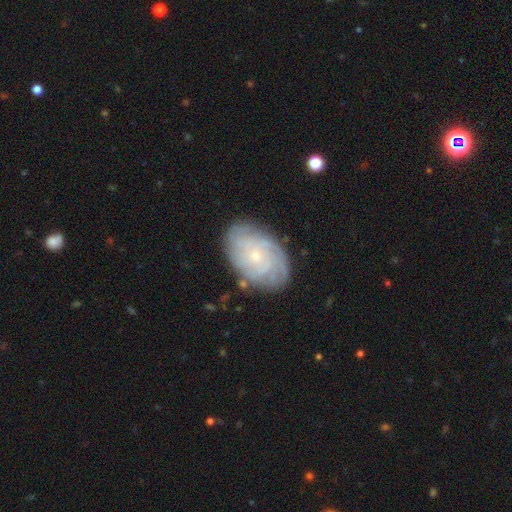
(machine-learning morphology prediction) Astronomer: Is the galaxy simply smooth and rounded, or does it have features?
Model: featured or disk — 72%.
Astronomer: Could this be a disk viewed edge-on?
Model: no — 96%.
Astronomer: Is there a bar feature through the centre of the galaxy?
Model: no — 79%.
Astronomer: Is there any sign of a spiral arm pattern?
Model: yes — 90%.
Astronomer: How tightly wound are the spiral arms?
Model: tight — 73%.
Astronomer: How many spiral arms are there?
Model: can't tell — 48%.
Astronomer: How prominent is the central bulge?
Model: small — 79%.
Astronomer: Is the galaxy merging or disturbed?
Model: none — 79%.